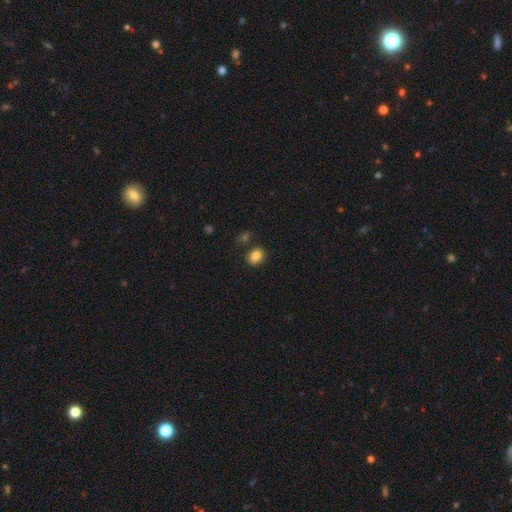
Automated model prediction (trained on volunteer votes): Smooth or featured: smooth — 83% (star or artifact — 10%)
How rounded: round — 57% (in between — 42%)
Merging: none — 80% (minor disturbance — 11%)